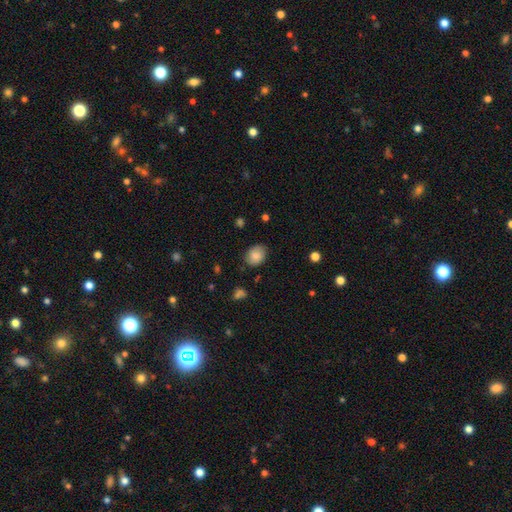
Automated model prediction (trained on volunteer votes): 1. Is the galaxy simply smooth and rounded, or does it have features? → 82% smooth, 10% featured or disk, 8% star or artifact.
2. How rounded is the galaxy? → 53% in between, 46% round, 1% cigar-shaped.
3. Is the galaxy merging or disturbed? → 81% none, 15% minor disturbance, 3% major disturbance, 1% merger.